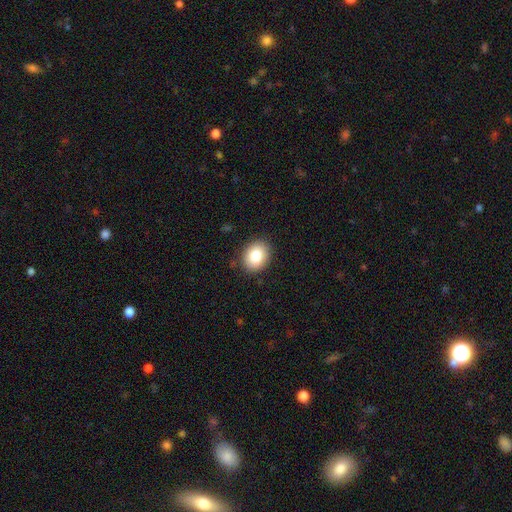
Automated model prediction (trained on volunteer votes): Q: Smooth or featured?
A: smooth (83%); runner-up: featured or disk (9%)
Q: How rounded?
A: in between (52%); runner-up: round (47%)
Q: Merging?
A: none (88%); runner-up: minor disturbance (9%)